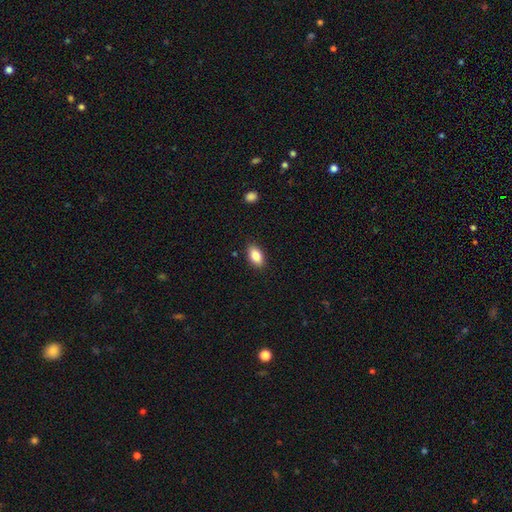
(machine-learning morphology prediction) smooth-or-featured: smooth: 86% | star or artifact: 8% | featured or disk: 7%
  how-rounded: in between: 91% | round: 6% | cigar-shaped: 3%
  merging: none: 87% | minor disturbance: 9% | major disturbance: 2% | merger: 1%